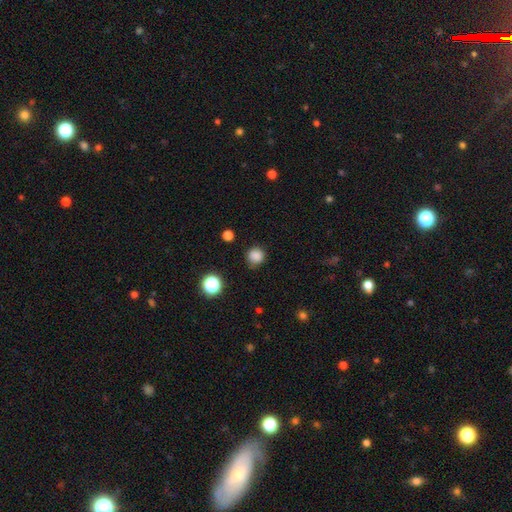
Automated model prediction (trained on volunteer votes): smooth 84%, star or artifact 13%, featured or disk 3%. Down the decision tree: how rounded — round (93%); merging — none (84%).